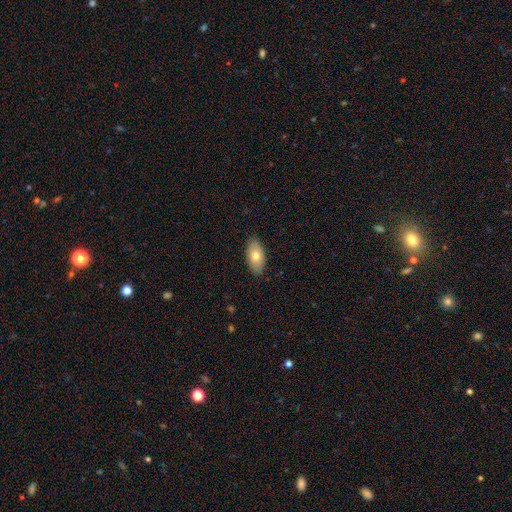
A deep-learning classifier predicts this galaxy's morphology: smooth 74%, featured or disk 20%, star or artifact 7%. Down the decision tree: how rounded — in between (93%); merging — none (87%).